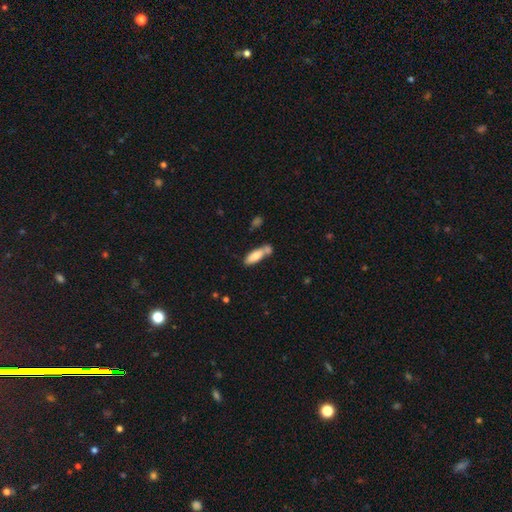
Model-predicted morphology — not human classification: Smooth or featured? Predicted: smooth (p=0.77). How rounded? Predicted: in between (p=0.56). Merging? Predicted: none (p=0.47).